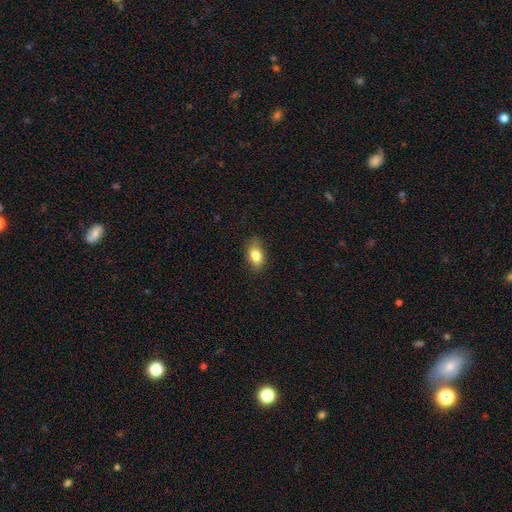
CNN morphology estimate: type=smooth (82%); roundness=in between (83%); merging=none (82%).